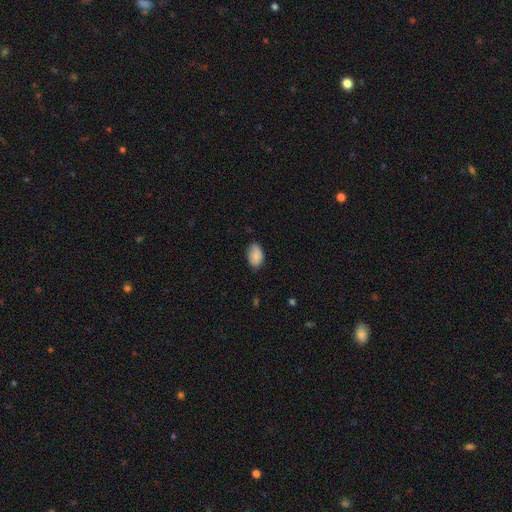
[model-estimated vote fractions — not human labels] Morphology: type=smooth (86%); roundness=in between (92%); merging=none (78%).